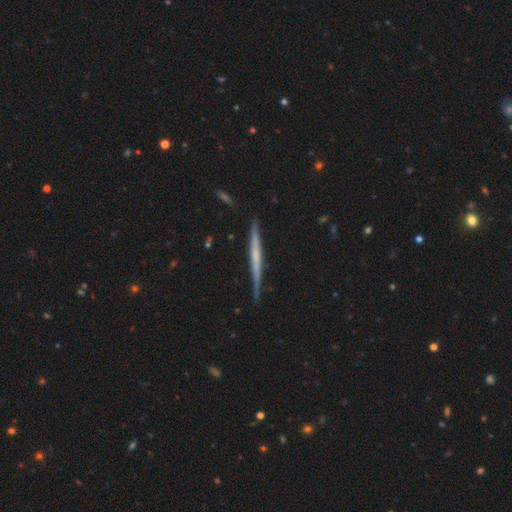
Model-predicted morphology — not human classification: Smooth or featured? featured or disk (59%)
Edge-on disk? yes (98%)
Edge-on bulge? none (80%)
Merging? none (86%)